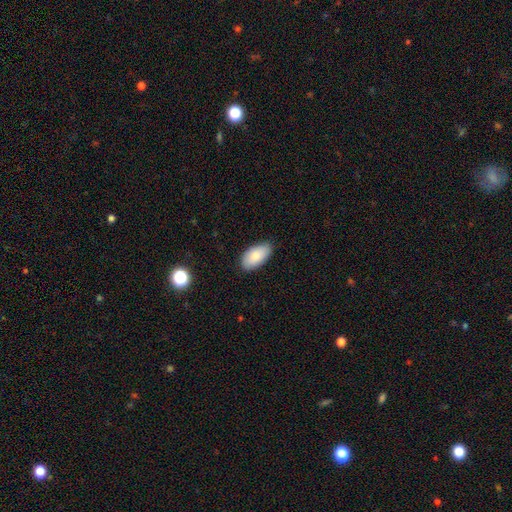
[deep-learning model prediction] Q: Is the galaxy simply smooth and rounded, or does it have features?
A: smooth — 84%.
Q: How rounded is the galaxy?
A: in between — 95%.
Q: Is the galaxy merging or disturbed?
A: none — 83%.